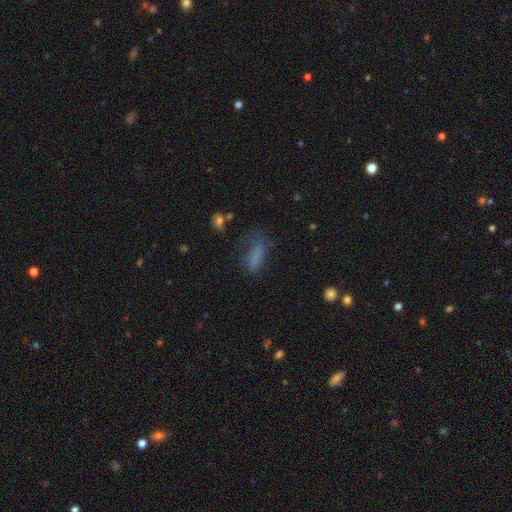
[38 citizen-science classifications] Morphology: type=smooth (74%); roundness=cigar-shaped (68%); merging=major disturbance (42%).